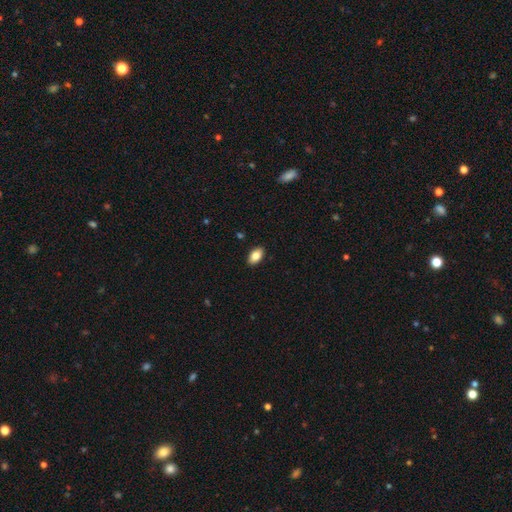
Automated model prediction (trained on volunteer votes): smooth-or-featured: smooth: 83% | featured or disk: 9% | star or artifact: 7%
  how-rounded: in between: 93% | round: 5% | cigar-shaped: 2%
  merging: none: 90% | minor disturbance: 7% | major disturbance: 2% | merger: 1%